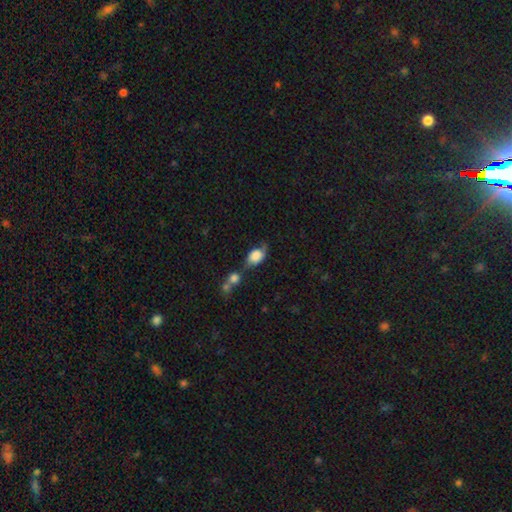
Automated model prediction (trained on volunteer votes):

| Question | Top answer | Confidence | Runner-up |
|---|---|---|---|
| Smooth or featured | smooth | 65% | featured or disk (25%) |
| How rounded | in between | 75% | round (22%) |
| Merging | none | 30% | merger (28%) |